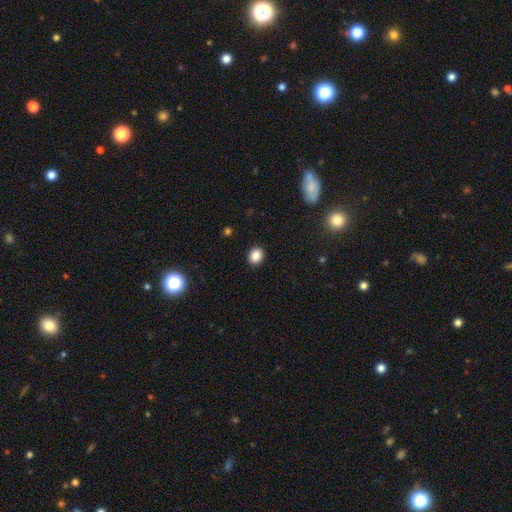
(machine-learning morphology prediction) Smooth or featured: smooth — 87% (star or artifact — 10%)
How rounded: round — 67% (in between — 32%)
Merging: none — 90% (minor disturbance — 7%)